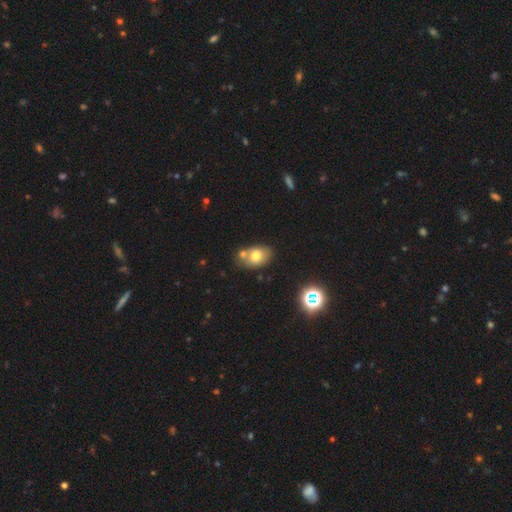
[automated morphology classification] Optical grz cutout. It shows a smooth galaxy with no disk features (70%) that is in between round and cigar-shaped (76%). Merging: none (51%).